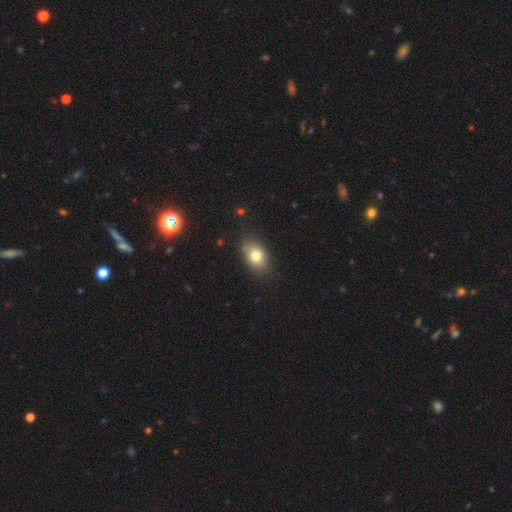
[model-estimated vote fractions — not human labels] A smooth galaxy with no disk features (79%) that is in between round and cigar-shaped (80%). Merging: none (82%).